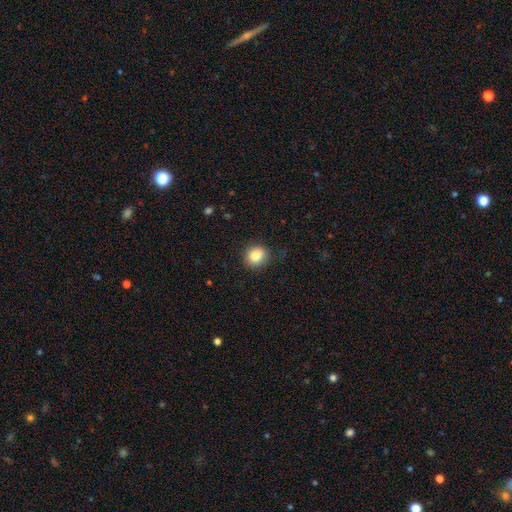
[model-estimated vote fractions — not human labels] Morphology: type=smooth (84%); roundness=round (80%); merging=none (86%).